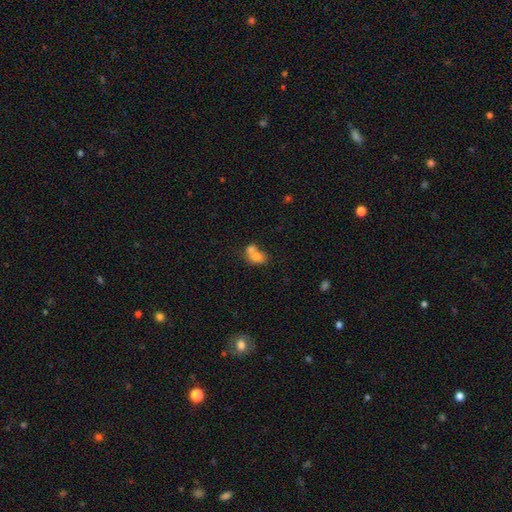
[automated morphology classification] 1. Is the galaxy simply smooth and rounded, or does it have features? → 72% smooth, 18% featured or disk, 10% star or artifact.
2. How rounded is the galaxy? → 52% in between, 47% round, 1% cigar-shaped.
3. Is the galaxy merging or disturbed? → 65% merger, 24% none, 7% minor disturbance, 4% major disturbance.